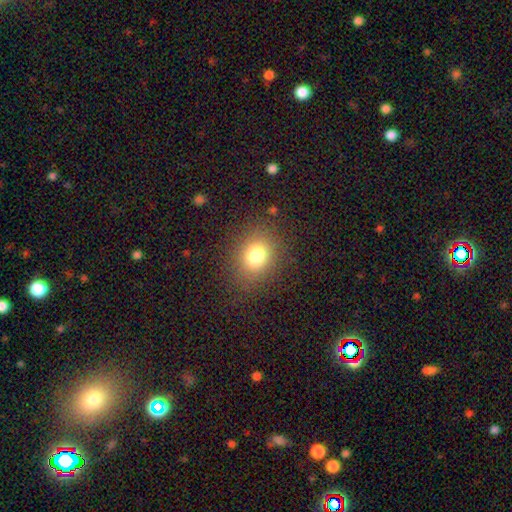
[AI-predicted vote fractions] Smooth or featured? Predicted: smooth (p=0.78). How rounded? Predicted: round (p=0.61). Merging? Predicted: none (p=0.85).